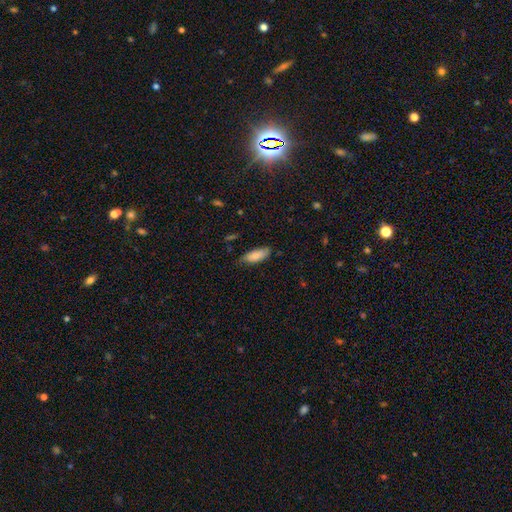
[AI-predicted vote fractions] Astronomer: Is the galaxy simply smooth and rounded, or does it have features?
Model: smooth — 79%.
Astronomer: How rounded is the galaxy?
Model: in between — 73%.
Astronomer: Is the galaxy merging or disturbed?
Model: none — 71%.